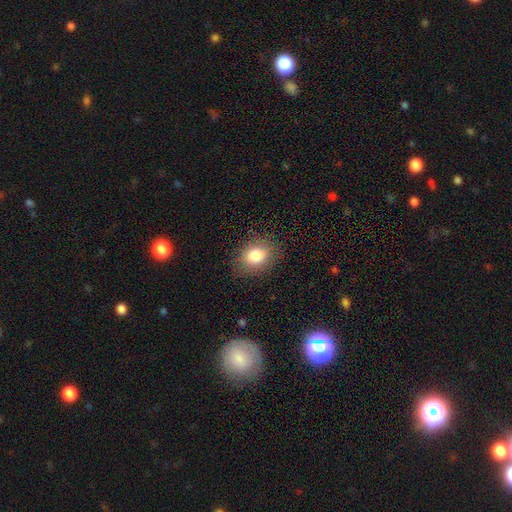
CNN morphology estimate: Smooth or featured? smooth (81%)
How rounded? in between (53%)
Merging? none (84%)